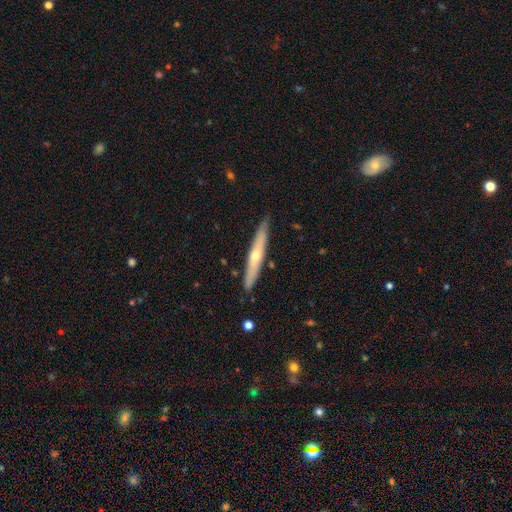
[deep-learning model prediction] Smooth or featured?
  - featured or disk: 58% *
  - smooth: 36%
  - star or artifact: 6%
Edge-on disk?
  - yes: 93% *
  - no: 7%
Edge-on bulge?
  - rounded: 77% *
  - none: 20%
  - boxy: 3%
Merging?
  - none: 89% *
  - minor disturbance: 8%
  - major disturbance: 1%
  - merger: 1%